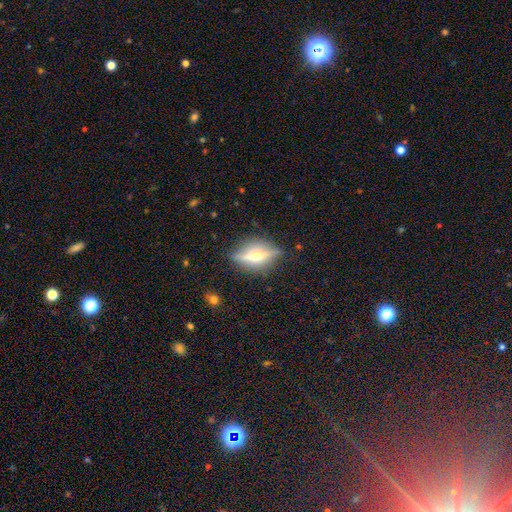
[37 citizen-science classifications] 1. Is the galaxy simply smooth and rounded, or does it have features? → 73% featured or disk, 24% smooth, 3% star or artifact.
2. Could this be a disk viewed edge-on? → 89% yes, 11% no.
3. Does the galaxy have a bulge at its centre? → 83% rounded, 17% none, 0% boxy.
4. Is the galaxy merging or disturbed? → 81% none, 14% minor disturbance, 6% major disturbance, 0% merger.